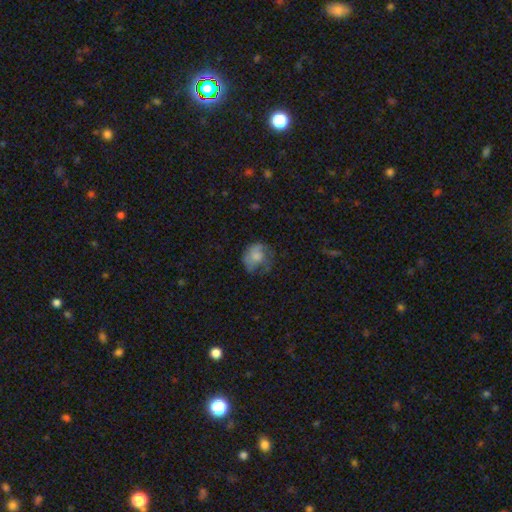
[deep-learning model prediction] This is possibly a smooth galaxy (58%). How rounded: likely round (66%). Merging: possibly none (47%).